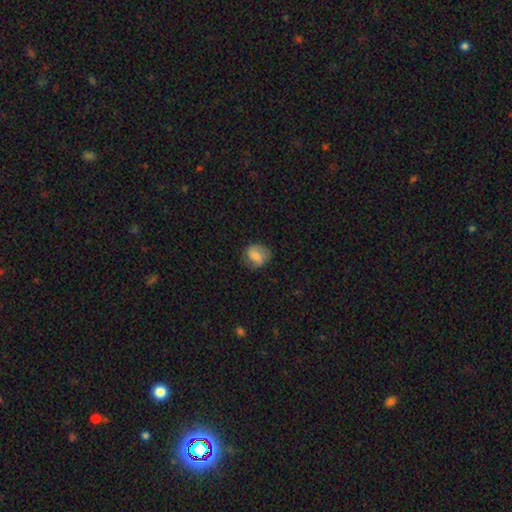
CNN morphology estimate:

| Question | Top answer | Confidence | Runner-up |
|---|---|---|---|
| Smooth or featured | smooth | 63% | featured or disk (29%) |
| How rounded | round | 68% | in between (31%) |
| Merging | none | 76% | minor disturbance (17%) |